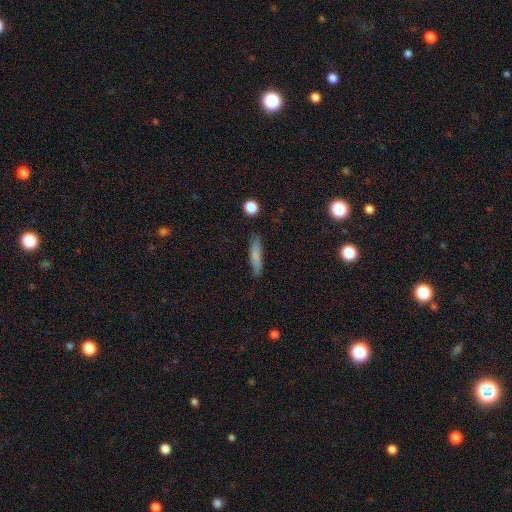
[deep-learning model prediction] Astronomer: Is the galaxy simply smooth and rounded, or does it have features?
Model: smooth — 76%.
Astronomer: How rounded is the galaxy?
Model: cigar-shaped — 80%.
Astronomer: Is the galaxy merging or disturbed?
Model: none — 83%.